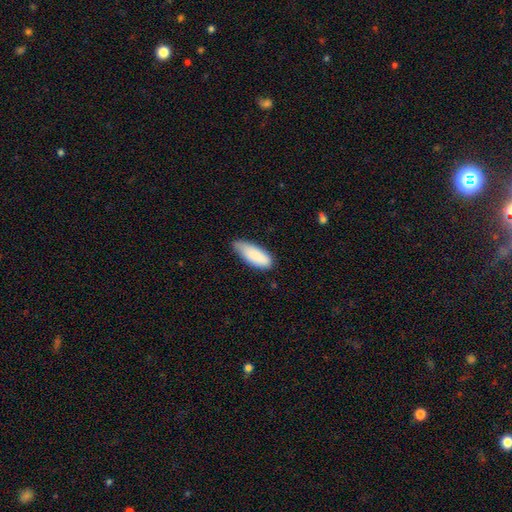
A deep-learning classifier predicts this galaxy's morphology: Q: Smooth or featured?
A: smooth (88%); runner-up: featured or disk (6%)
Q: How rounded?
A: in between (77%); runner-up: cigar-shaped (21%)
Q: Merging?
A: none (57%); runner-up: minor disturbance (36%)